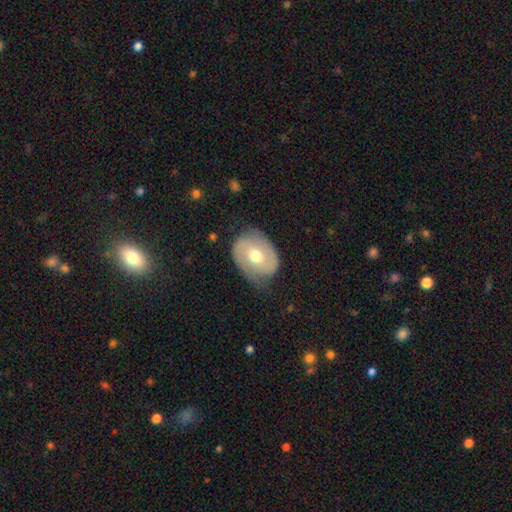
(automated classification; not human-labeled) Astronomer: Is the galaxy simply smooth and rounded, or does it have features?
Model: featured or disk — 65%.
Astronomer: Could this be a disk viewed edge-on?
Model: no — 96%.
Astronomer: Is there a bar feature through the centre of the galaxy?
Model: no — 56% (runner-up: weak, 34%).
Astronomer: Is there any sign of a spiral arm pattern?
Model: yes — 78%.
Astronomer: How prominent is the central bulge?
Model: moderate — 77%.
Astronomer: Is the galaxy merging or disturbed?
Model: none — 62%.